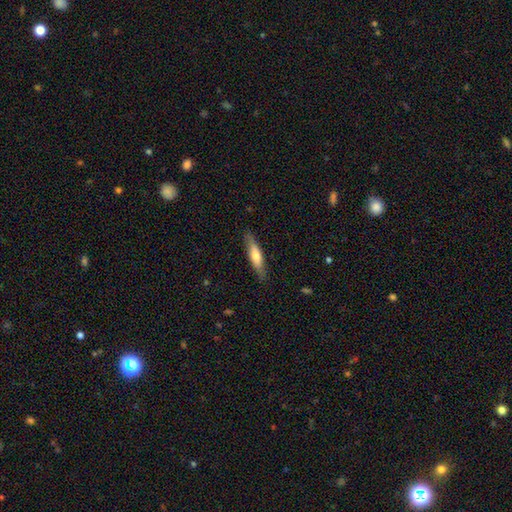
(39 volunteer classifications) Smooth or featured? 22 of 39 (56%) said smooth. How rounded? 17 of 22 (77%) said cigar-shaped. Merging? 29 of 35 (83%) said none.